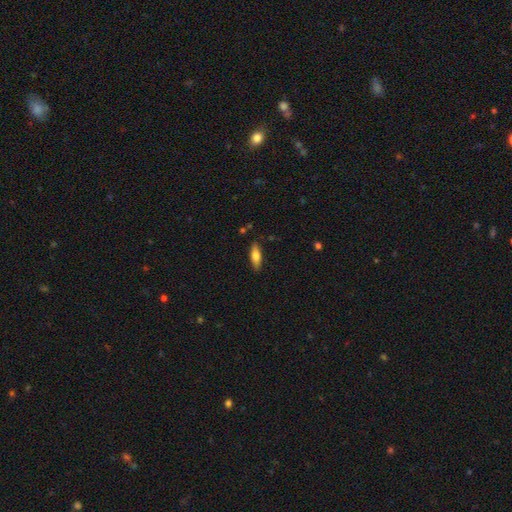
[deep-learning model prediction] Smooth or featured?
  - smooth: 68% *
  - featured or disk: 25%
  - star or artifact: 6%
How rounded?
  - in between: 53% *
  - cigar-shaped: 45%
  - round: 2%
Merging?
  - none: 85% *
  - minor disturbance: 11%
  - major disturbance: 2%
  - merger: 2%